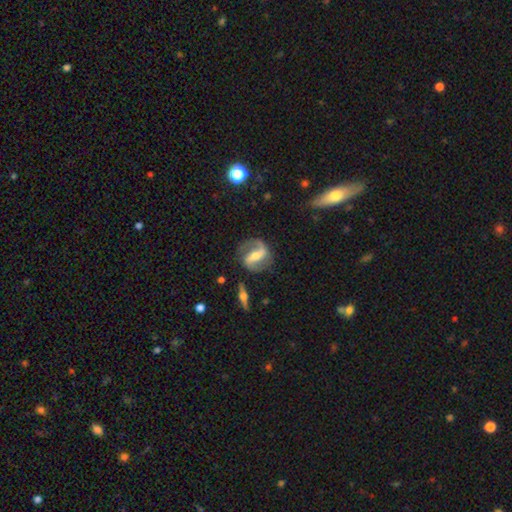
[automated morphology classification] Smooth or featured?
  - featured or disk: 84% *
  - smooth: 11%
  - star or artifact: 6%
Edge-on disk?
  - no: 94% *
  - yes: 6%
Bar?
  - strong: 58% *
  - weak: 29%
  - no: 13%
Spiral arms?
  - yes: 93% *
  - no: 7%
Spiral winding?
  - medium: 44% *
  - loose: 37%
  - tight: 19%
Spiral arm count?
  - 2: 88% *
  - 1: 5%
  - can't tell: 4%
  - 3: 1%
  - 4: 1%
  - more than 4: 1%
Bulge size?
  - moderate: 54% *
  - small: 36%
  - large: 5%
  - none: 3%
  - dominant: 1%
Merging?
  - none: 77% *
  - minor disturbance: 14%
  - major disturbance: 7%
  - merger: 2%